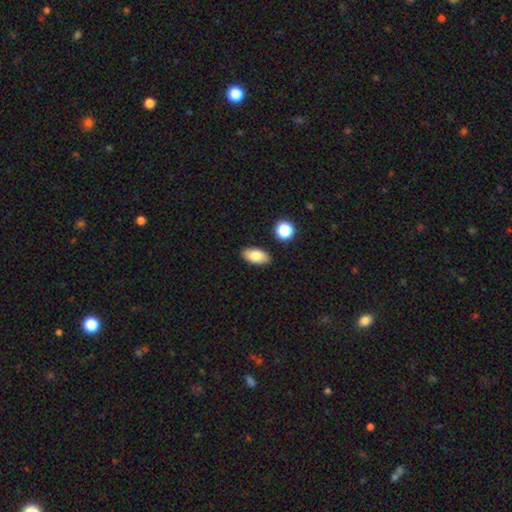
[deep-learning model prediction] The model was most divided on "smooth or featured": smooth: 81%, featured or disk: 11%, star or artifact: 8%. More confident: how rounded — in between (91%); merging — none (87%).